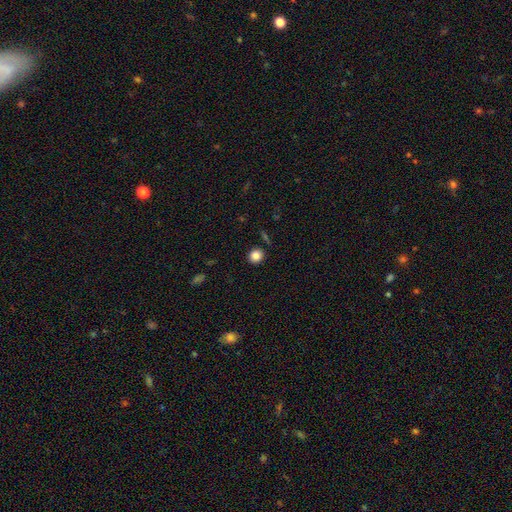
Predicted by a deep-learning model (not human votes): This appears to be a smooth galaxy with no disk features (84%) that is round (84%). Merging: none (89%).